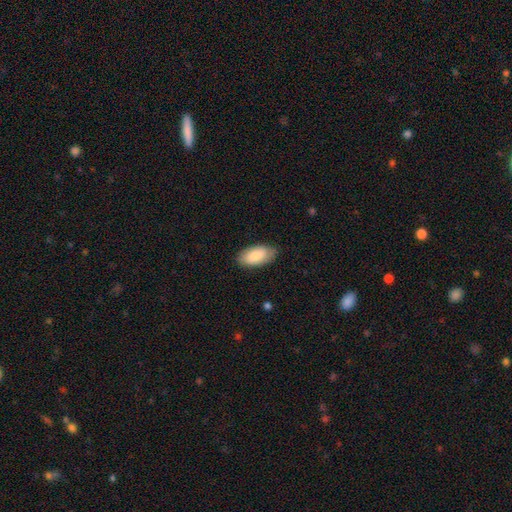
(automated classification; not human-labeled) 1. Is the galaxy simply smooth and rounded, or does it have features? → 86% smooth, 9% featured or disk, 6% star or artifact.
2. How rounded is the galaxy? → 94% in between, 4% cigar-shaped, 2% round.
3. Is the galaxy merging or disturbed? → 84% none, 13% minor disturbance, 2% major disturbance, 1% merger.